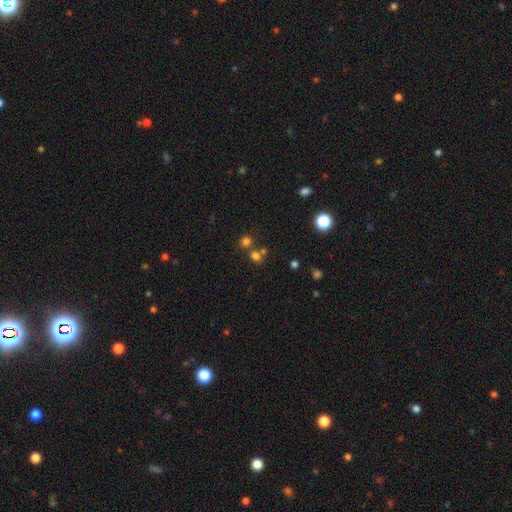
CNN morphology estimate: smooth 68%, star or artifact 24%, featured or disk 8%. Down the decision tree: how rounded — round (79%); merging — none (59%).